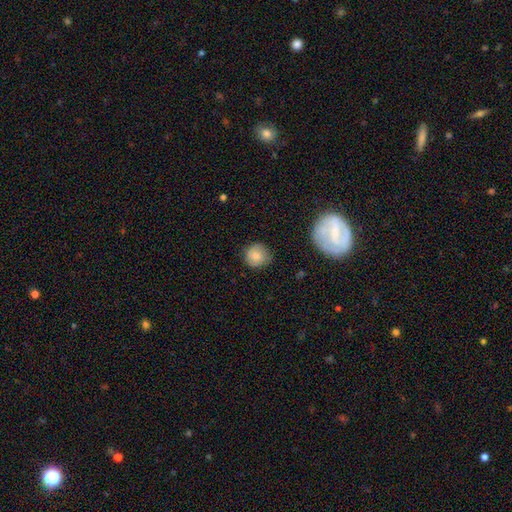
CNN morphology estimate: smooth-or-featured: smooth: 81% | featured or disk: 11% | star or artifact: 8%
  how-rounded: round: 89% | in between: 10% | cigar-shaped: 1%
  merging: none: 79% | minor disturbance: 16% | major disturbance: 3% | merger: 1%